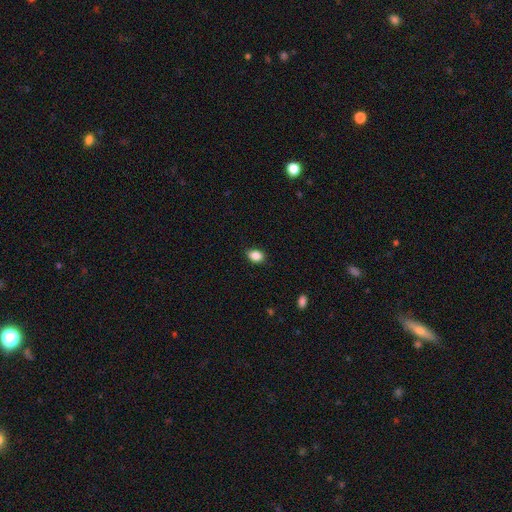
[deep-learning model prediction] smooth_or_featured: smooth (p=0.86) [alt: star or artifact p=0.09]
how_rounded: in between (p=0.70) [alt: round p=0.28]
merging: none (p=0.81) [alt: minor disturbance p=0.15]